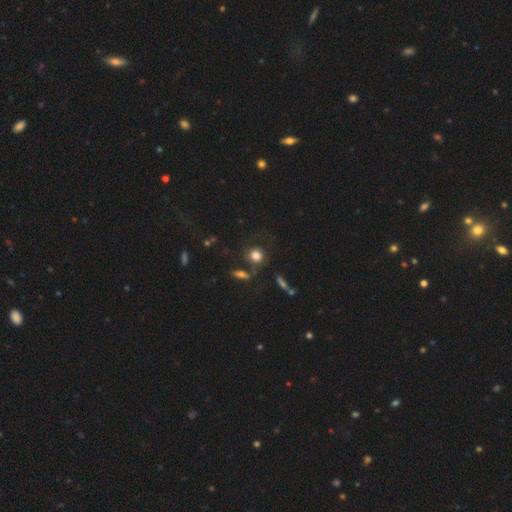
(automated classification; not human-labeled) The model was most divided on "merging": none: 68%, minor disturbance: 14%, merger: 10%, major disturbance: 8%. More confident: how rounded — round (83%); smooth or featured — smooth (79%).